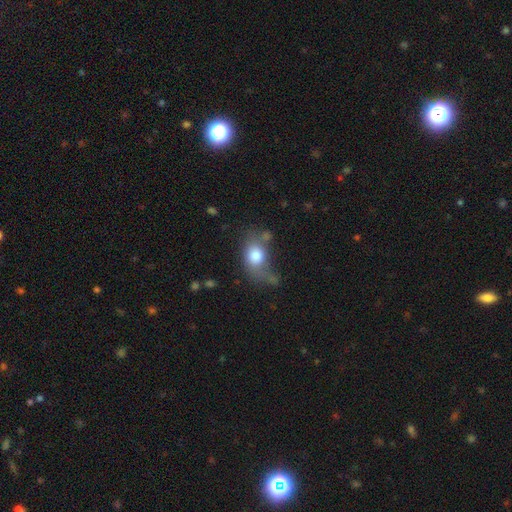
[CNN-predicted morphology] A smooth galaxy with no disk features (76%) that is in between round and cigar-shaped (65%). Merging: none (34%).